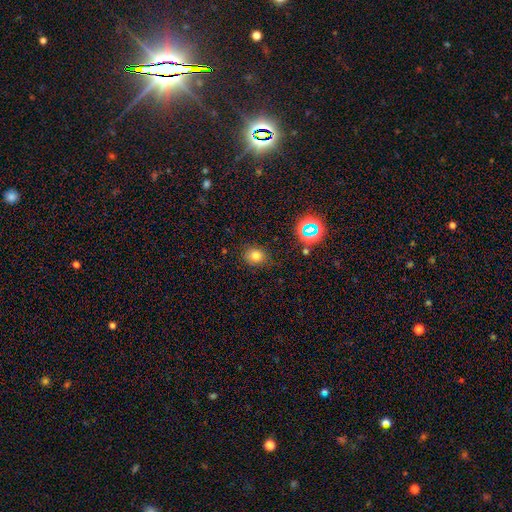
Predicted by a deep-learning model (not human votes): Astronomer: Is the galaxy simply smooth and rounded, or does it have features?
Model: smooth — 74%.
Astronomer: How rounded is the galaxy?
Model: round — 66%.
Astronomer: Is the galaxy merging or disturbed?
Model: none — 81%.